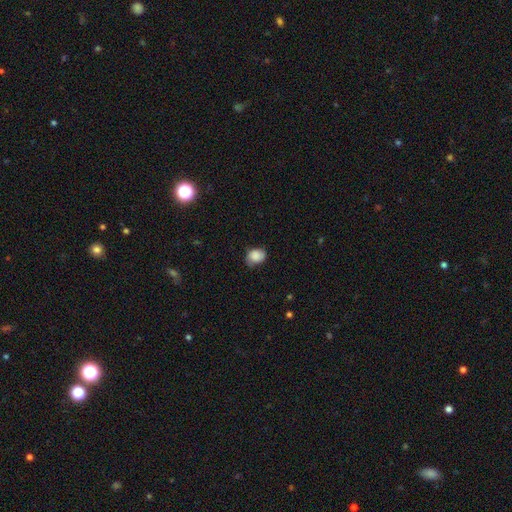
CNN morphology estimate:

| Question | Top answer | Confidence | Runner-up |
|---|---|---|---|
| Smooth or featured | smooth | 84% | star or artifact (8%) |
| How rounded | in between | 56% | round (43%) |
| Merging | none | 62% | minor disturbance (31%) |